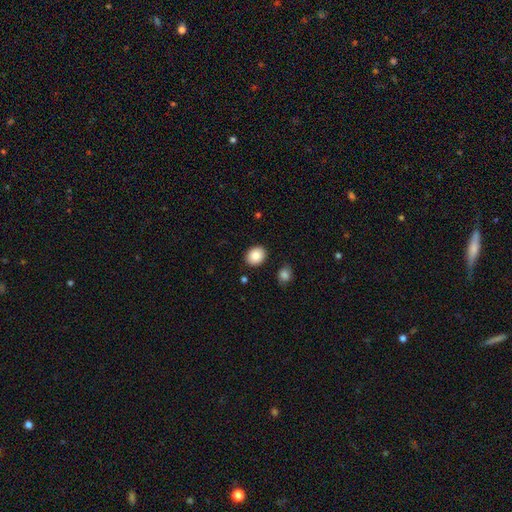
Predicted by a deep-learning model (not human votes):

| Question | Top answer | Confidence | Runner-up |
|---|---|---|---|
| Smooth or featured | smooth | 88% | star or artifact (8%) |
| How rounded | in between | 51% | round (48%) |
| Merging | none | 87% | minor disturbance (8%) |